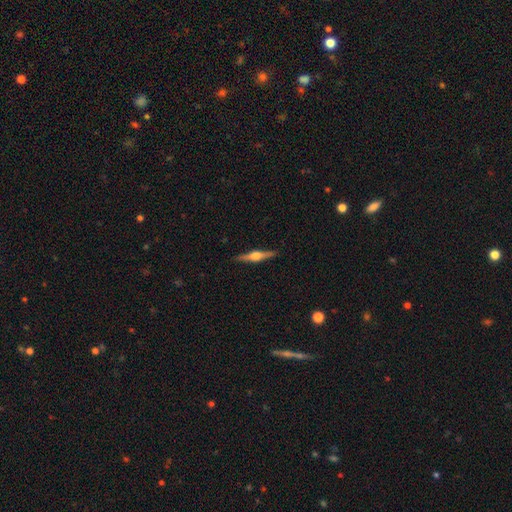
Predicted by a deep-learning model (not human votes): This appears to be a featured or disk galaxy (77%) viewed edge-on (98%) with a rounded central bulge (94%). Merging: none (92%).